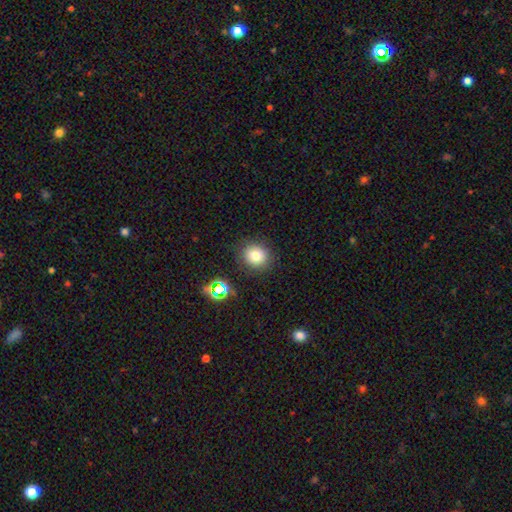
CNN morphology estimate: smooth 76%, star or artifact 15%, featured or disk 9%. Down the decision tree: how rounded — round (84%); merging — none (86%).